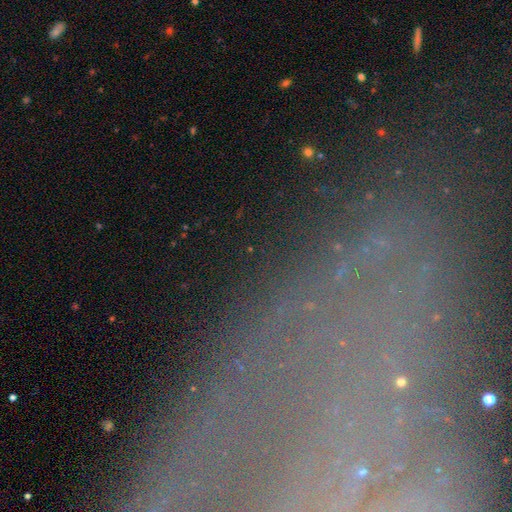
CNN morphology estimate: smooth-or-featured: star or artifact: 52% | featured or disk: 31% | smooth: 18%